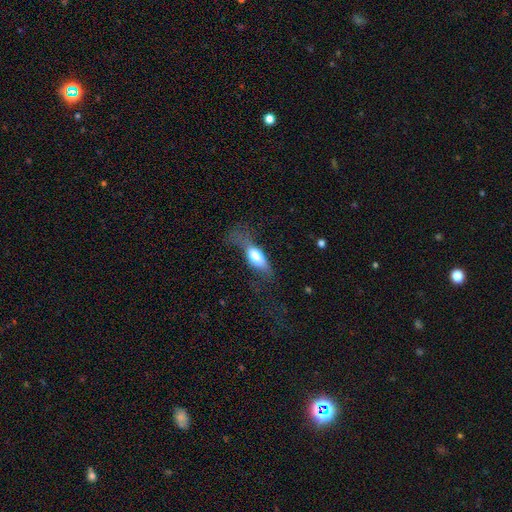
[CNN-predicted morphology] This appears to be a smooth galaxy with no disk features (70%) that is in between round and cigar-shaped (70%). Merging: major disturbance (41%).